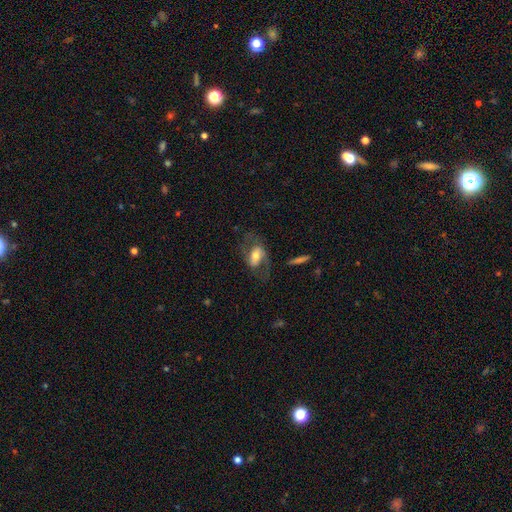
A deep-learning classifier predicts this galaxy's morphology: smooth_or_featured: featured or disk (p=0.59) [alt: smooth p=0.34]
disk_edge_on: no (p=0.92) [alt: yes p=0.08]
bar: weak (p=0.36) [alt: no p=0.32]
has_spiral_arms: yes (p=0.80) [alt: no p=0.20]
bulge_size: moderate (p=0.62) [alt: small p=0.19]
merging: none (p=0.59) [alt: major disturbance p=0.21]